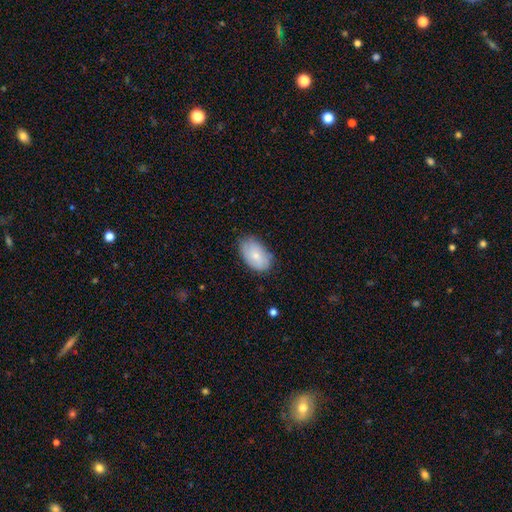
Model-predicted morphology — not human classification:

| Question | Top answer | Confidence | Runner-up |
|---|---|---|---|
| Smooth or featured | smooth | 74% | featured or disk (19%) |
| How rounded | in between | 93% | round (6%) |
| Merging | none | 75% | minor disturbance (20%) |